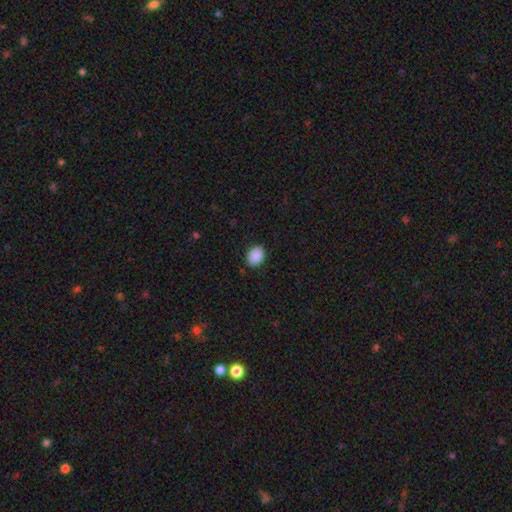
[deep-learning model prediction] This appears to be a smooth galaxy with no disk features (90%) that is in between round and cigar-shaped (67%). Merging: none (89%).